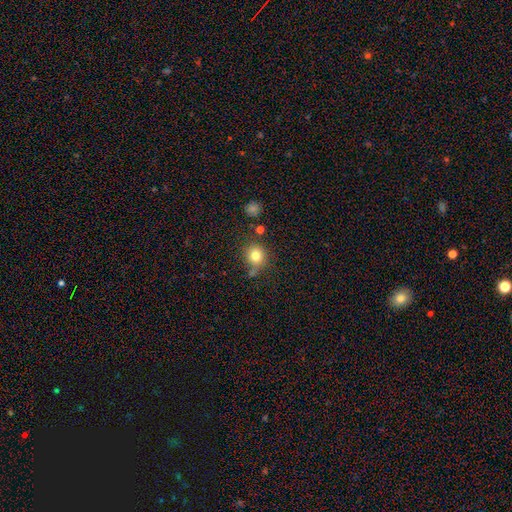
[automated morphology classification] type=smooth (79%); roundness=round (86%); merging=none (71%).